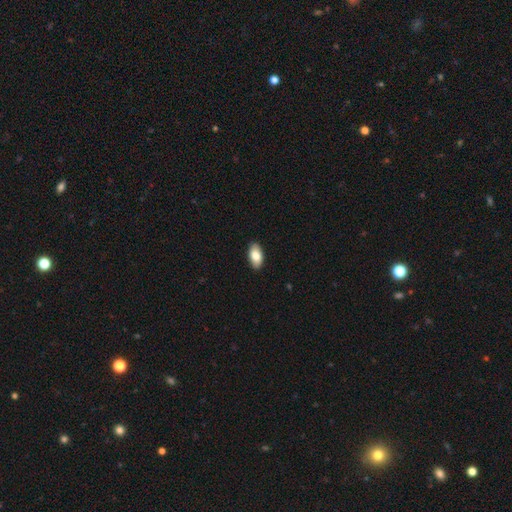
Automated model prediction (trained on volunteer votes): The model was most divided on "smooth or featured": smooth: 84%, featured or disk: 10%, star or artifact: 6%. More confident: how rounded — in between (94%); merging — none (89%).